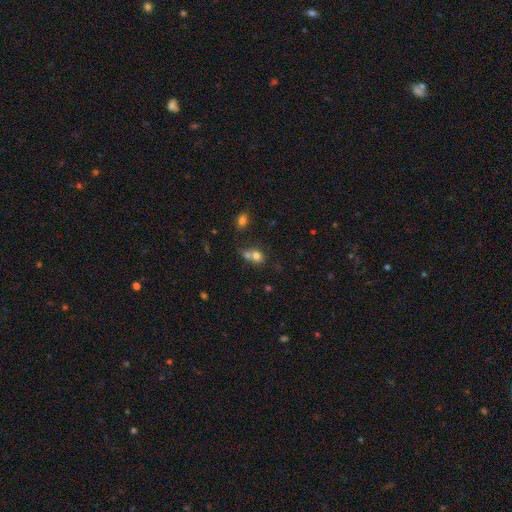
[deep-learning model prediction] A smooth galaxy with no disk features (73%) that is round (66%). Merging: merger (52%).